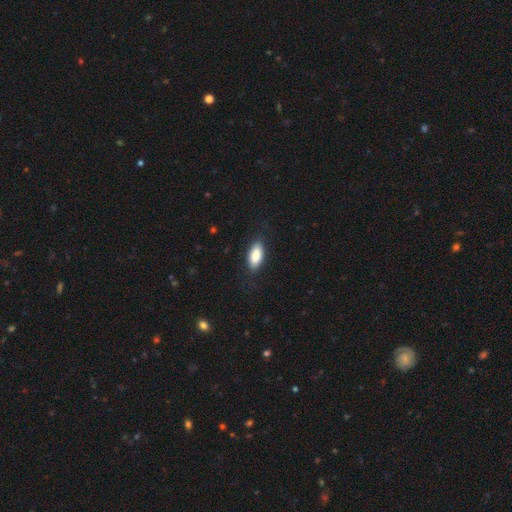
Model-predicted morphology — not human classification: smooth 86%, featured or disk 8%, star or artifact 6%. Down the decision tree: how rounded — in between (89%); merging — none (83%).